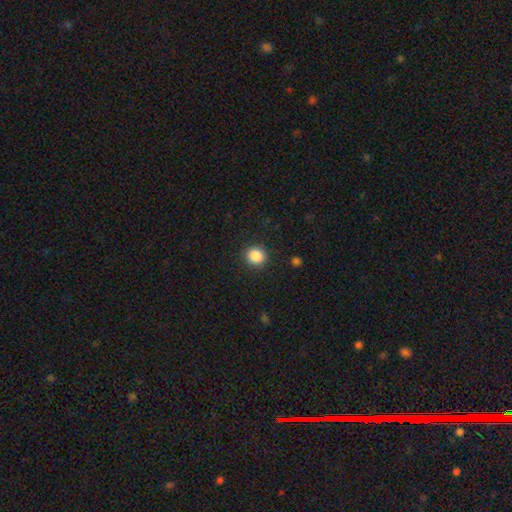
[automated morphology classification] Smooth or featured: smooth — 87% (star or artifact — 10%)
How rounded: round — 84% (in between — 15%)
Merging: none — 89% (minor disturbance — 7%)